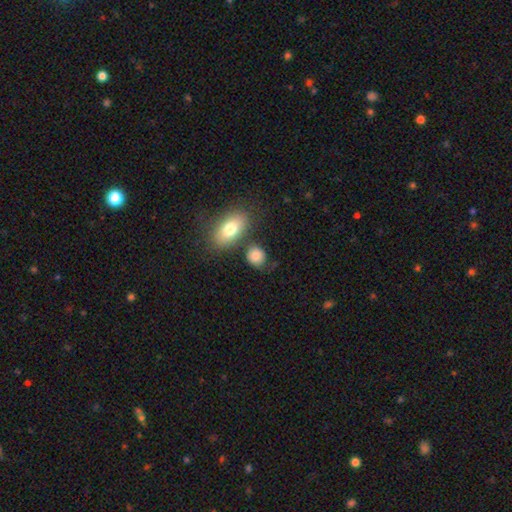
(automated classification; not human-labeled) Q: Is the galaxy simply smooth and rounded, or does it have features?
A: smooth — 84%.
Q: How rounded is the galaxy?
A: round — 63%.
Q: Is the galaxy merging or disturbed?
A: none — 68%.